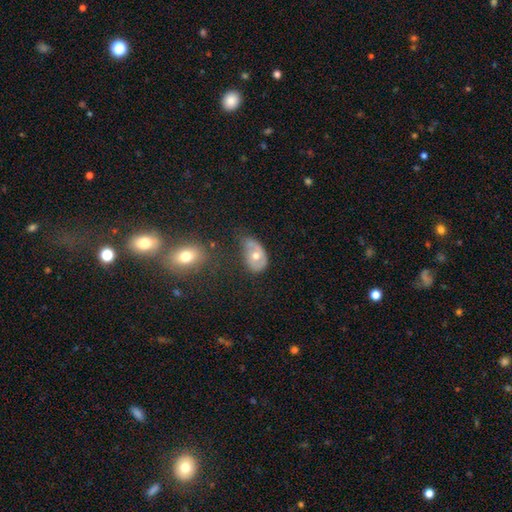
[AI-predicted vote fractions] Overall: smooth (49%; featured or disk 43%). Merging: minor disturbance (35%; none 31%).